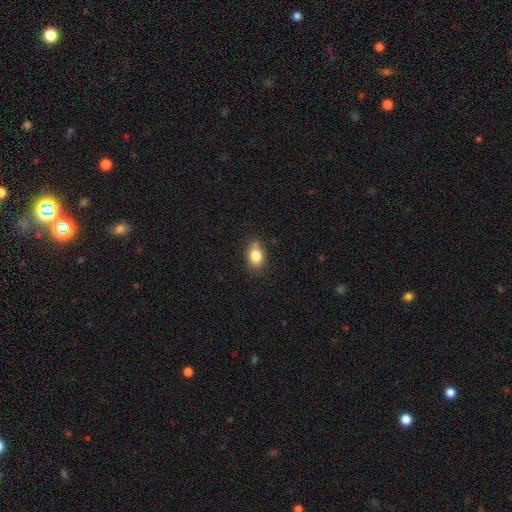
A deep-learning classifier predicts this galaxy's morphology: smooth 83%, star or artifact 9%, featured or disk 8%. Down the decision tree: how rounded — in between (73%); merging — none (76%).